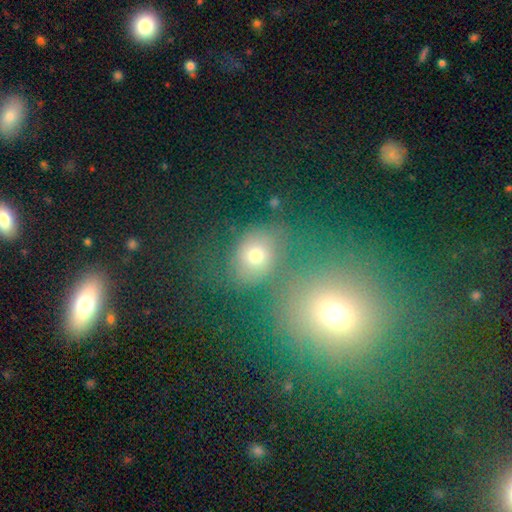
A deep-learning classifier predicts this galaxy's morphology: Smooth or featured: smooth — 65% (featured or disk — 18%)
How rounded: round — 60% (in between — 38%)
Merging: none — 54% (merger — 24%)